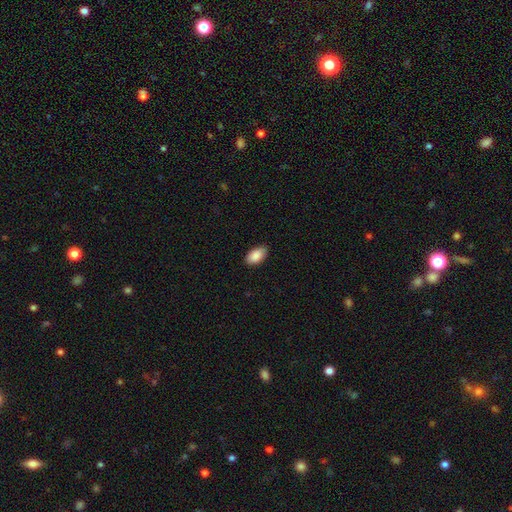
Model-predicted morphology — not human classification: smooth 89%, star or artifact 7%, featured or disk 4%. Down the decision tree: how rounded — in between (95%); merging — none (86%).